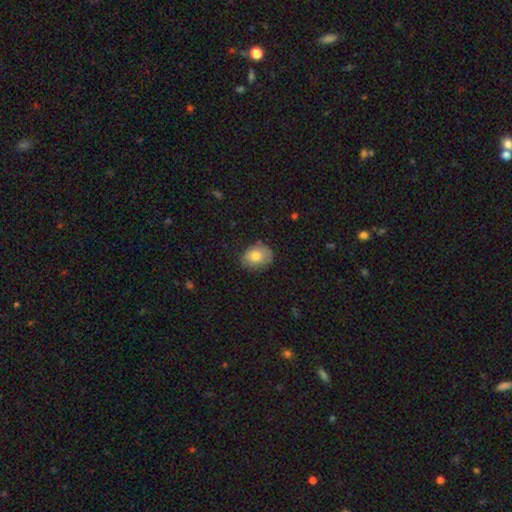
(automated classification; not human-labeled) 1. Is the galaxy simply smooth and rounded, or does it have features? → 76% smooth, 16% featured or disk, 8% star or artifact.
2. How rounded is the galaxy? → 60% in between, 39% round, 1% cigar-shaped.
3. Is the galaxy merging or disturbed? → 72% none, 22% minor disturbance, 4% major disturbance, 1% merger.